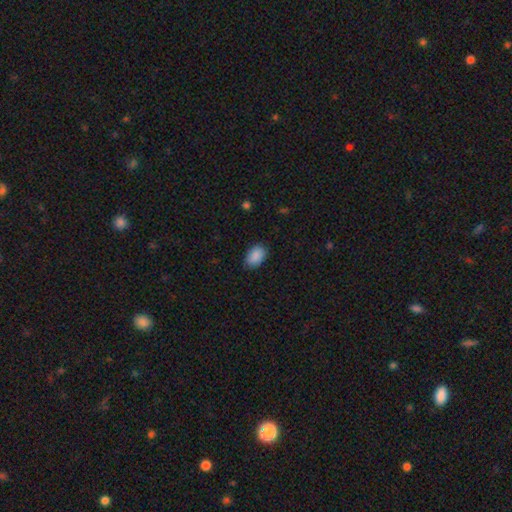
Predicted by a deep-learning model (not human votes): This appears to be a smooth galaxy with no disk features (90%) that is in between round and cigar-shaped (89%). Merging: none (84%).